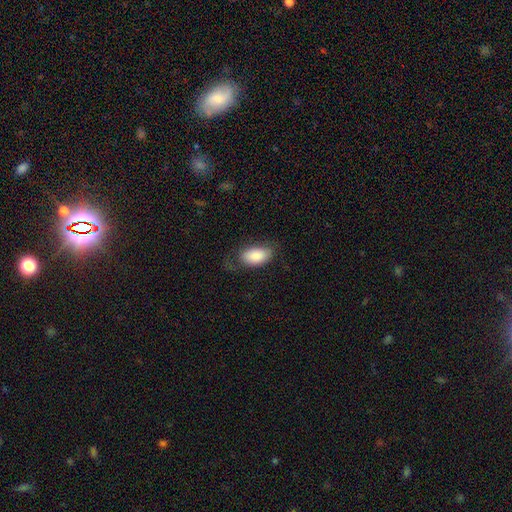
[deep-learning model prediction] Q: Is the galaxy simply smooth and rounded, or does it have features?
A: smooth — 84%.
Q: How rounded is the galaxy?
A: in between — 94%.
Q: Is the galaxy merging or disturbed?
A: none — 60%.